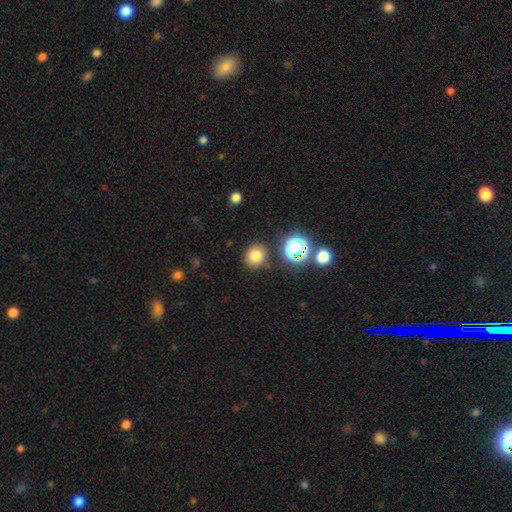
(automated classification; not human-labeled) A smooth galaxy with no disk features (76%) that is round (85%). Merging: none (85%).